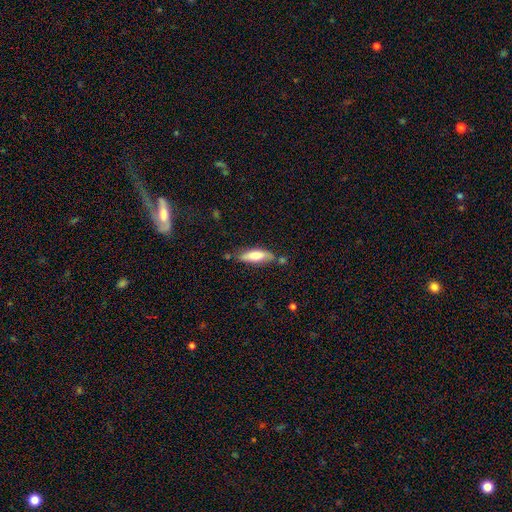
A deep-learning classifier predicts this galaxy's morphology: A smooth galaxy with no disk features (70%) that is in between round and cigar-shaped (53%). Merging: none (64%).